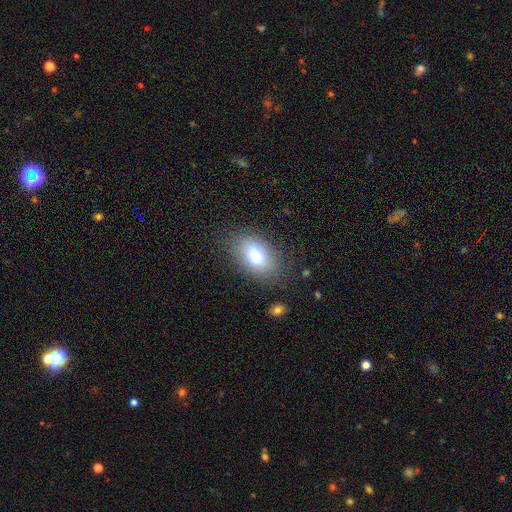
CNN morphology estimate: Smooth or featured? smooth (80%)
How rounded? in between (90%)
Merging? none (80%)